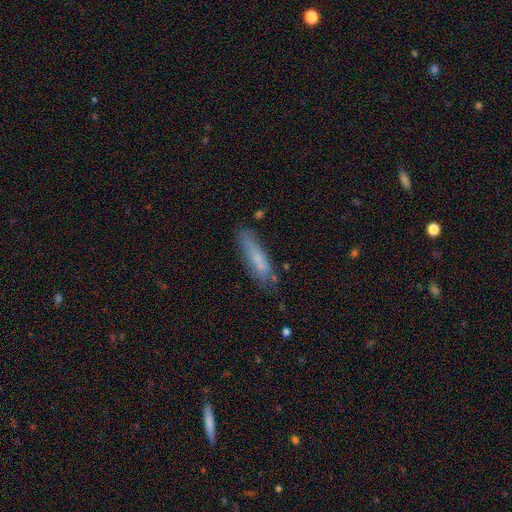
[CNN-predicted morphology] A smooth galaxy with no disk features (71%) that is cigar-shaped (76%).

Vote fractions:
- Smooth or featured? smooth: 71% / featured or disk: 22% / star or artifact: 8%
- How rounded? cigar-shaped: 76% / in between: 23% / round: 1%
- Merging? none: 68% / minor disturbance: 23% / major disturbance: 6% / merger: 3%